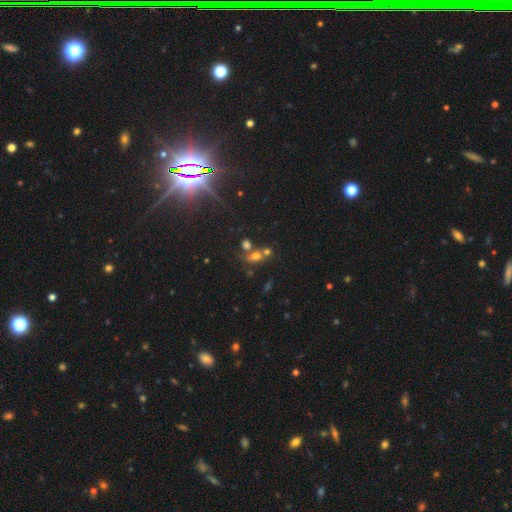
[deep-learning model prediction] A smooth galaxy with no disk features (58%) that is round (53%).

Vote fractions:
- Smooth or featured? smooth: 58% / star or artifact: 24% / featured or disk: 18%
- How rounded? round: 53% / in between: 43% / cigar-shaped: 4%
- Merging? merger: 42% / none: 41% / minor disturbance: 11% / major disturbance: 7%